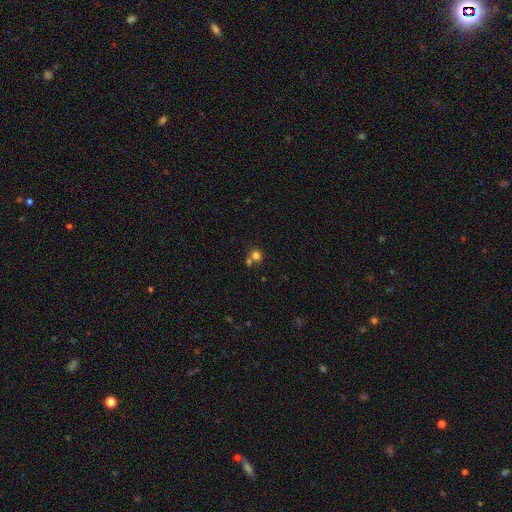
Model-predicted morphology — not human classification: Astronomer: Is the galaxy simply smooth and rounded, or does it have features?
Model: smooth — 76%.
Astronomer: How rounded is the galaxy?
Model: round — 82%.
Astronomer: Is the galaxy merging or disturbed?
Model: none — 52% (runner-up: merger, 37%).